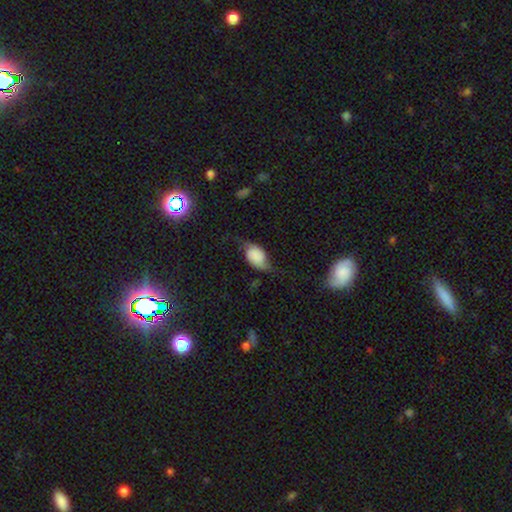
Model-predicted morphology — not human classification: Smooth or featured? featured or disk (48%)
Merging? none (51%)